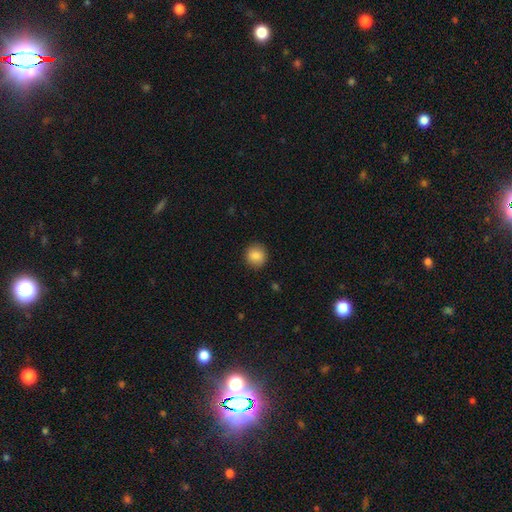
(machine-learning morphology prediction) smooth 87%, star or artifact 9%, featured or disk 4%. Down the decision tree: how rounded — round (91%); merging — none (90%).